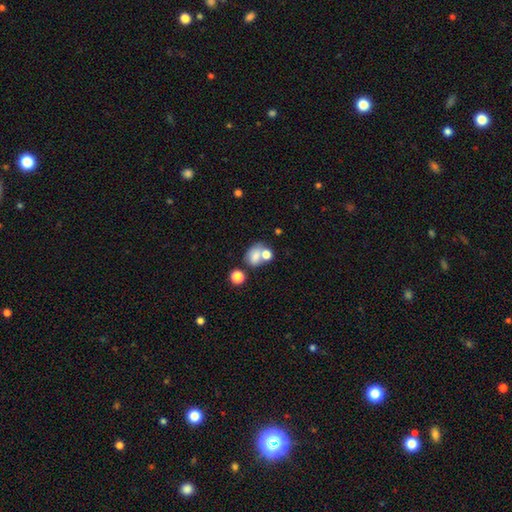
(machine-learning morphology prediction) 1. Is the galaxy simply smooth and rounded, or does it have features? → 71% smooth, 17% featured or disk, 12% star or artifact.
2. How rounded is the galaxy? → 58% in between, 40% round, 1% cigar-shaped.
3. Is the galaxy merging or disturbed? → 44% merger, 34% none, 13% minor disturbance, 8% major disturbance.